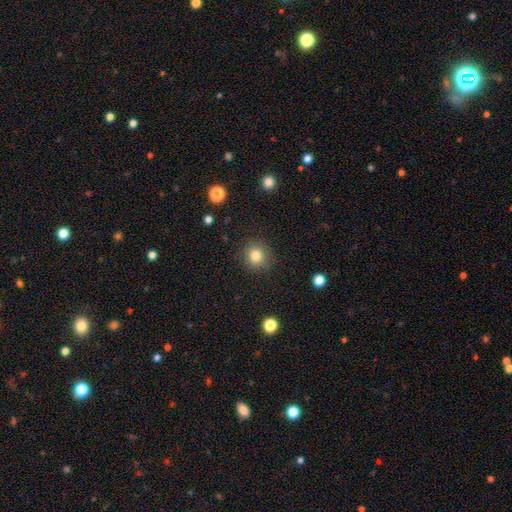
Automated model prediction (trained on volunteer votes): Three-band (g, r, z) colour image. It shows a smooth galaxy with no disk features (82%) that is round (88%). Merging: none (88%).